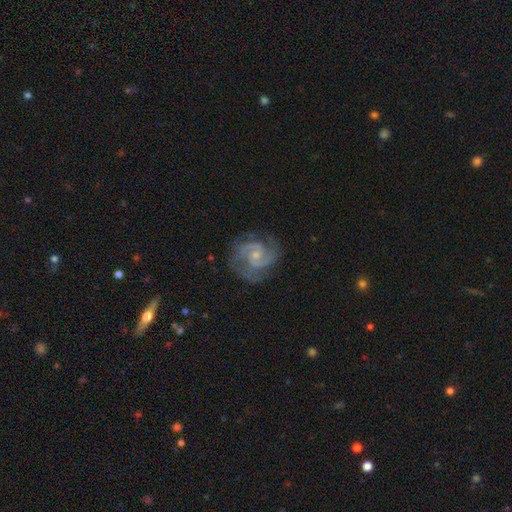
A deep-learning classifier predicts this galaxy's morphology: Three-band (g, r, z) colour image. It shows a featured or disk galaxy (90%) with no bar (53%), 2 (79%) medium (52%) spiral arms (98%) and a small central bulge (60%). Merging: none (74%).